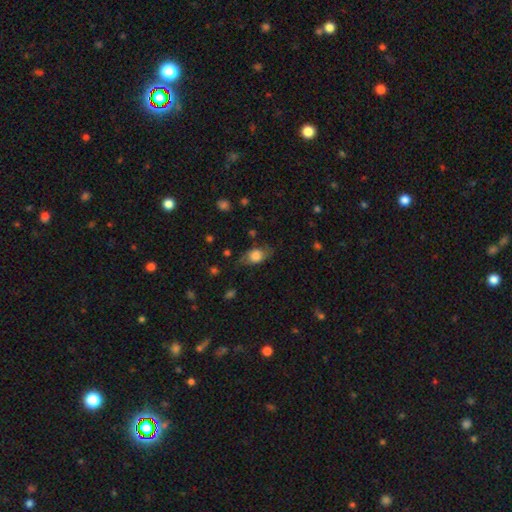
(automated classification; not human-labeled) Q: Smooth or featured?
A: smooth (70%); runner-up: featured or disk (22%)
Q: How rounded?
A: in between (76%); runner-up: round (19%)
Q: Merging?
A: none (69%); runner-up: minor disturbance (22%)